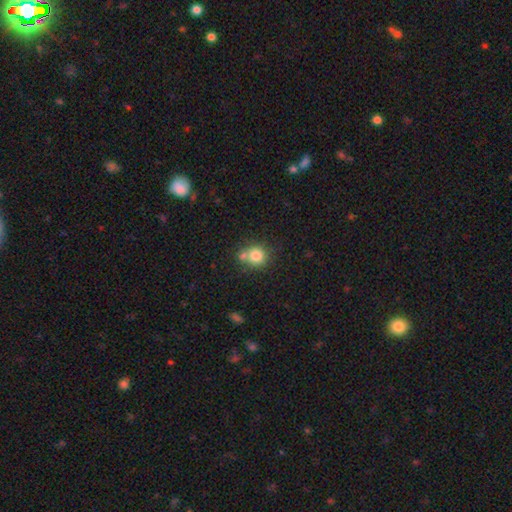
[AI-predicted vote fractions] A smooth galaxy with no disk features (79%) that is round (85%). Merging: none (53%).